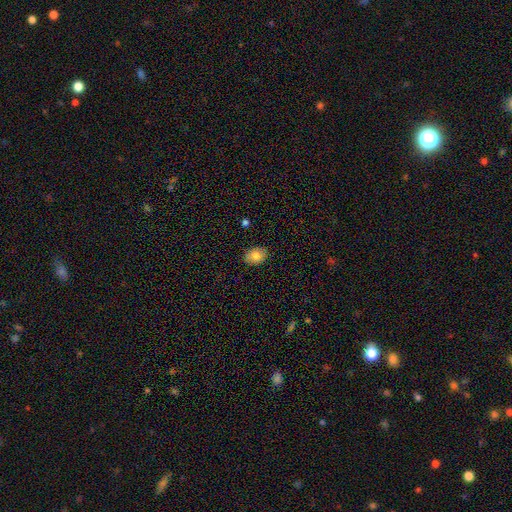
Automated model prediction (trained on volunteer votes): Q: Smooth or featured?
A: smooth (81%); runner-up: featured or disk (11%)
Q: How rounded?
A: in between (71%); runner-up: round (28%)
Q: Merging?
A: none (88%); runner-up: minor disturbance (9%)